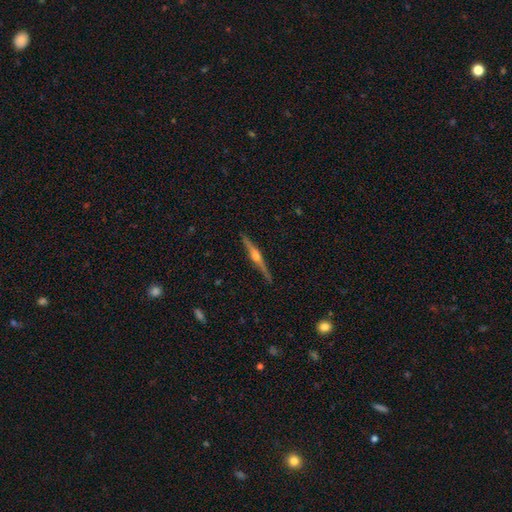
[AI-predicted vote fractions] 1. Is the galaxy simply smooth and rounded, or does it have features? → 85% featured or disk, 9% smooth, 5% star or artifact.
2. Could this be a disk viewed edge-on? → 99% yes, 1% no.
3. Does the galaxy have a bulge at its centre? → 93% rounded, 4% boxy, 3% none.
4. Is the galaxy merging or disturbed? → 91% none, 6% minor disturbance, 1% major disturbance, 1% merger.